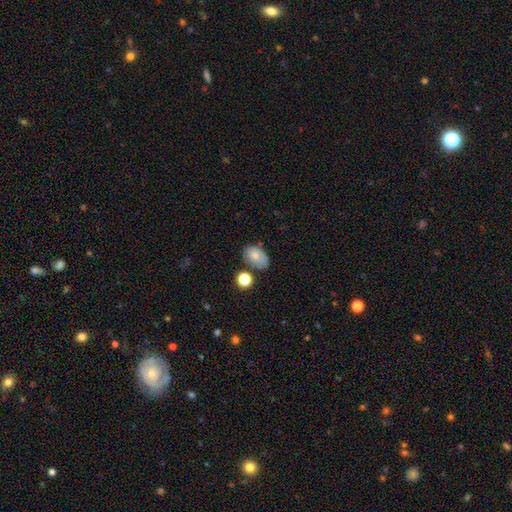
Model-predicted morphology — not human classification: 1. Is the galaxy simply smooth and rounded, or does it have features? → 75% smooth, 16% featured or disk, 10% star or artifact.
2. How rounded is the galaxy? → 83% in between, 16% round, 1% cigar-shaped.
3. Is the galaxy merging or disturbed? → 58% none, 25% minor disturbance, 10% merger, 7% major disturbance.